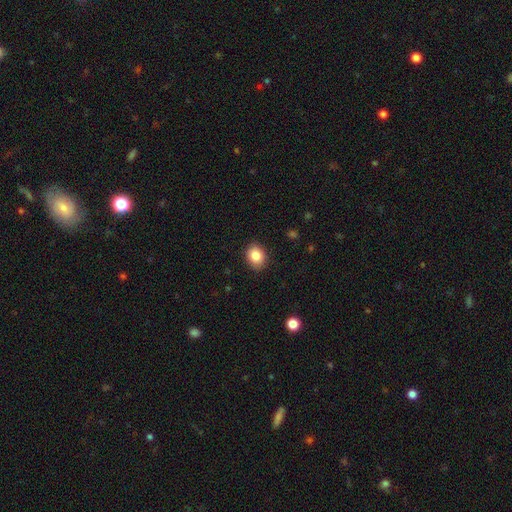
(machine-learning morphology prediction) The model was most divided on "how rounded": in between: 52%, round: 47%, cigar-shaped: 1%. More confident: merging — none (89%); smooth or featured — smooth (84%).